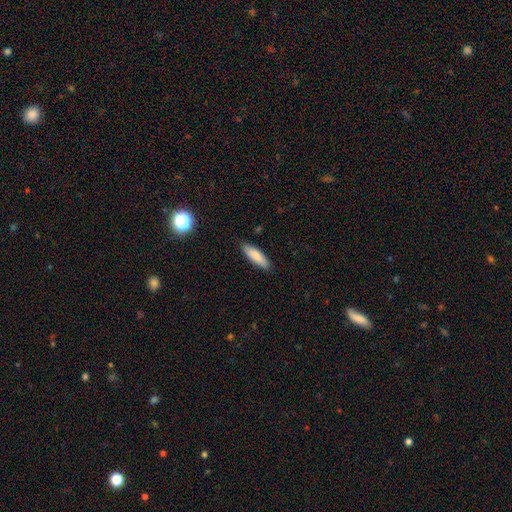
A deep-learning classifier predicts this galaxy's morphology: This appears to be a smooth galaxy with no disk features (83%) that is cigar-shaped (53%). Merging: none (86%).